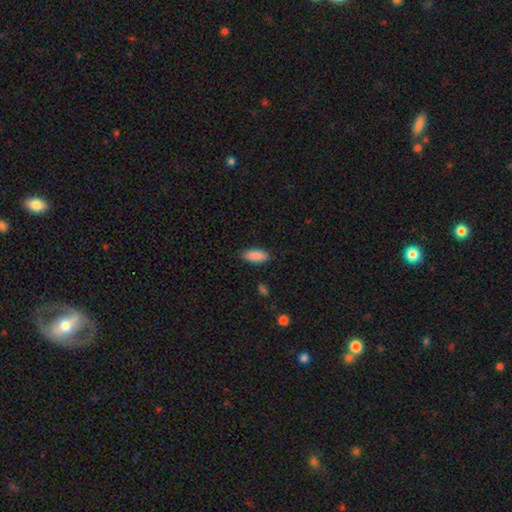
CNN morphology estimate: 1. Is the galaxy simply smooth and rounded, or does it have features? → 90% smooth, 6% star or artifact, 4% featured or disk.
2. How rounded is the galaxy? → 81% in between, 17% cigar-shaped, 2% round.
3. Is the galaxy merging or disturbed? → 87% none, 9% minor disturbance, 2% major disturbance, 1% merger.